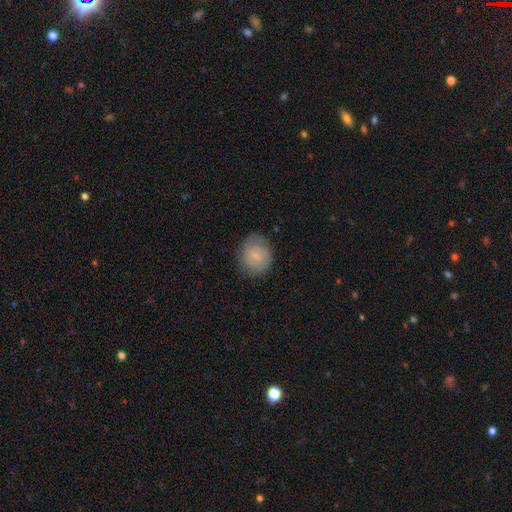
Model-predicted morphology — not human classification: Q: Smooth or featured?
A: smooth (72%); runner-up: featured or disk (21%)
Q: How rounded?
A: round (70%); runner-up: in between (29%)
Q: Merging?
A: none (76%); runner-up: minor disturbance (18%)